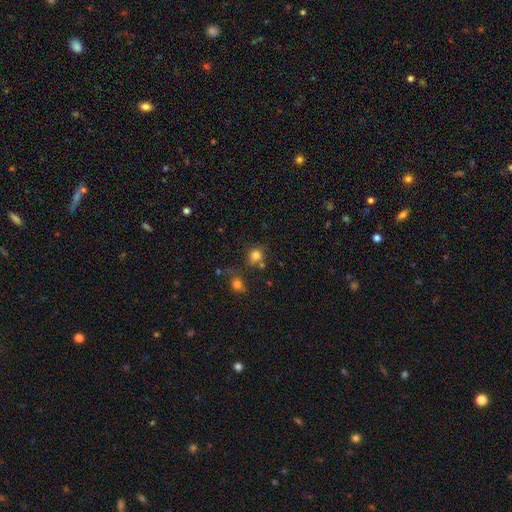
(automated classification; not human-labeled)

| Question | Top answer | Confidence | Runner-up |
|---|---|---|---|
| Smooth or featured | smooth | 80% | star or artifact (14%) |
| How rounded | round | 77% | in between (21%) |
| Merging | none | 64% | merger (16%) |